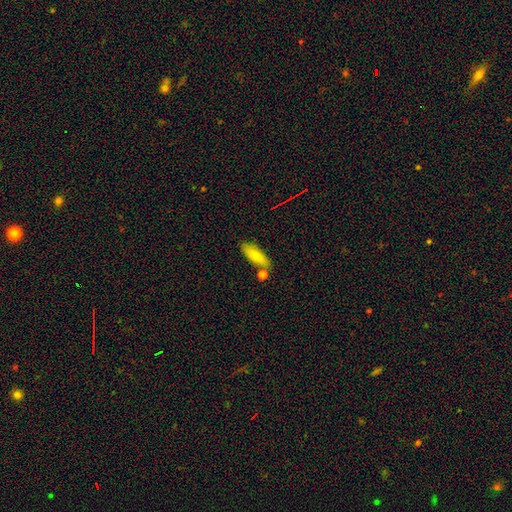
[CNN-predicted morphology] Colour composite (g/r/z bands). It shows a smooth galaxy with no disk features (82%) that is in between round and cigar-shaped (64%). Merging: none (73%).